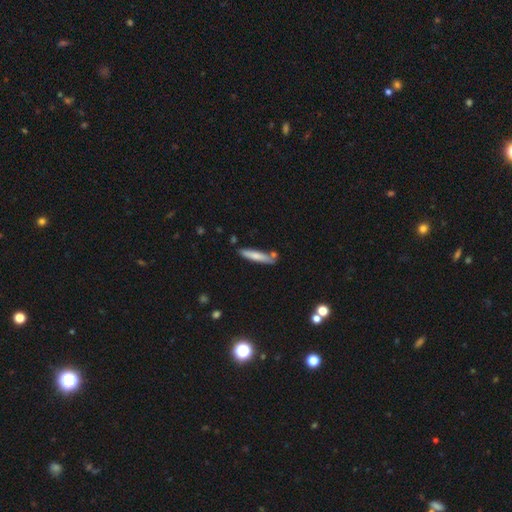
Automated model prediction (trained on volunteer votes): Morphology: type=smooth (69%); roundness=cigar-shaped (89%); merging=none (74%).